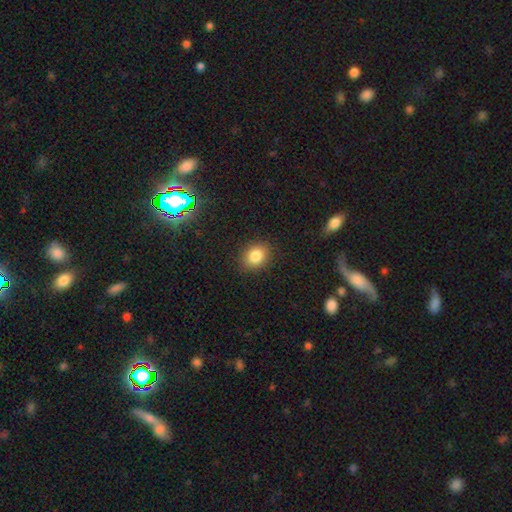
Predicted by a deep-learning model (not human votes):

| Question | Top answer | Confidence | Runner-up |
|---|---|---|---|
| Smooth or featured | smooth | 83% | star or artifact (11%) |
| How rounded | in between | 53% | round (45%) |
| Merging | none | 87% | minor disturbance (9%) |